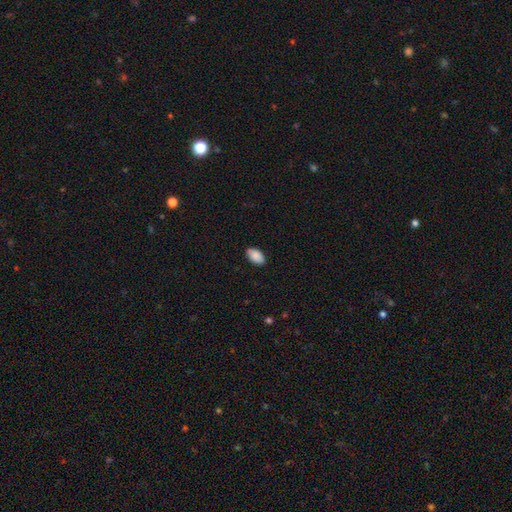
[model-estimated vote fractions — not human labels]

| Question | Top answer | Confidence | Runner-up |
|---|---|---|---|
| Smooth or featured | smooth | 88% | star or artifact (7%) |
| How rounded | in between | 94% | round (4%) |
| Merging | none | 86% | minor disturbance (11%) |